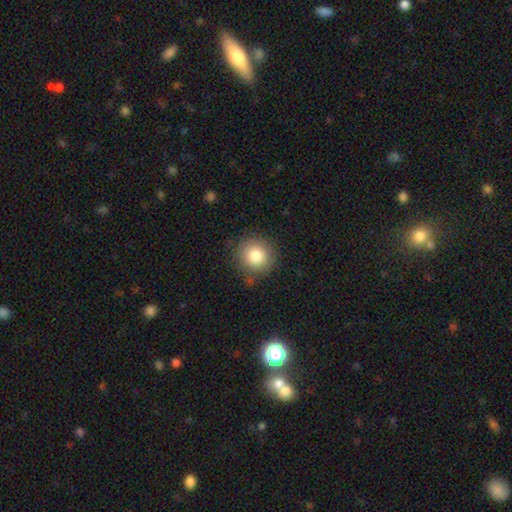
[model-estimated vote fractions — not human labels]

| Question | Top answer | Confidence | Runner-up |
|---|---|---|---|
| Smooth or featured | smooth | 83% | star or artifact (9%) |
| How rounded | round | 93% | in between (6%) |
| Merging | none | 86% | minor disturbance (10%) |